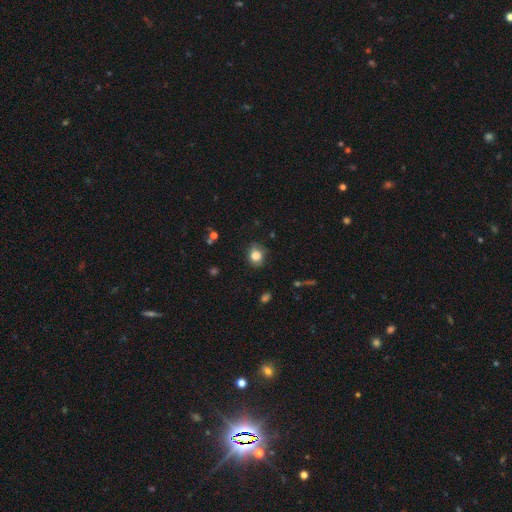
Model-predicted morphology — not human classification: Smooth or featured: smooth — 82% (star or artifact — 10%)
How rounded: round — 61% (in between — 38%)
Merging: none — 77% (minor disturbance — 18%)